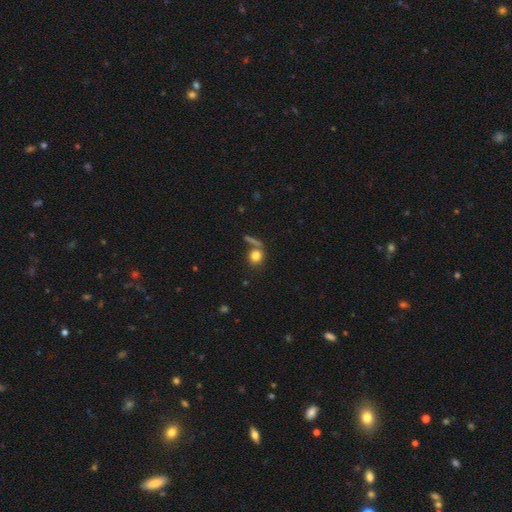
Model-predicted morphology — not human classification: The model was most divided on "merging": none: 65%, merger: 18%, minor disturbance: 11%, major disturbance: 6%. More confident: how rounded — round (81%); smooth or featured — smooth (80%).